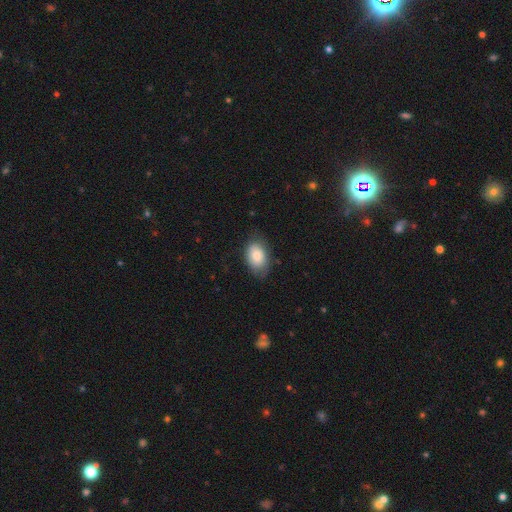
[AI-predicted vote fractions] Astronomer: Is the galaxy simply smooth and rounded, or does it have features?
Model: smooth — 81%.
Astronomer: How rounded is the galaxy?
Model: in between — 88%.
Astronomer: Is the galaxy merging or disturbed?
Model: none — 71%.